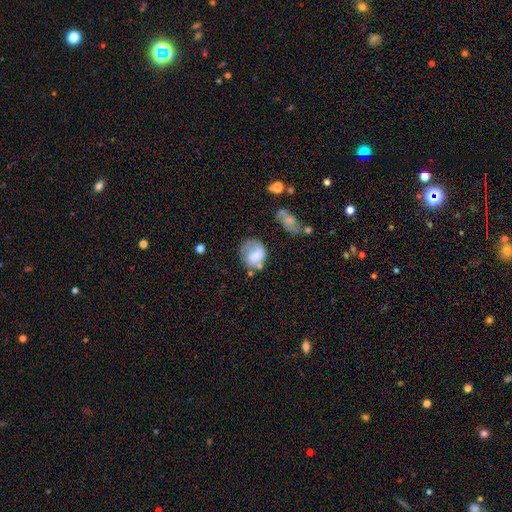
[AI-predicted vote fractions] A smooth galaxy with no disk features (59%) that is round (64%). Merging: none (45%).